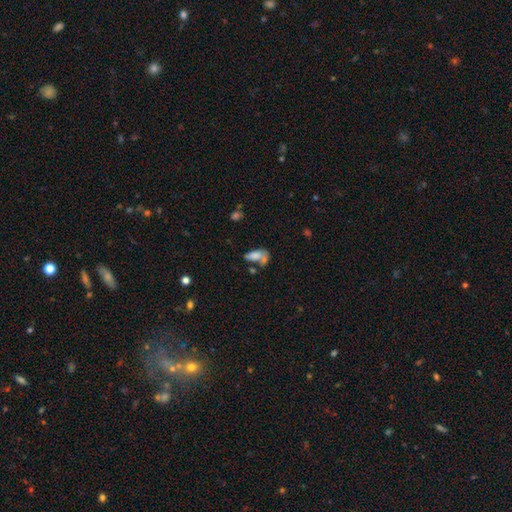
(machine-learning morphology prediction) Q: Smooth or featured?
A: smooth (68%); runner-up: featured or disk (21%)
Q: How rounded?
A: in between (85%); runner-up: cigar-shaped (9%)
Q: Merging?
A: merger (37%); runner-up: none (26%)